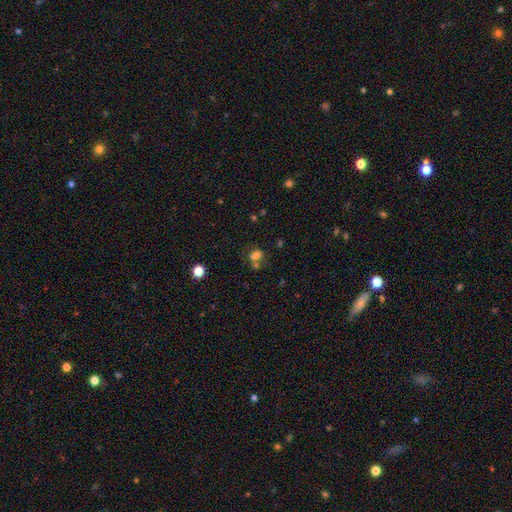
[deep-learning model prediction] This appears to be a smooth galaxy with no disk features (73%) that is in between round and cigar-shaped (61%). Merging: none (51%).